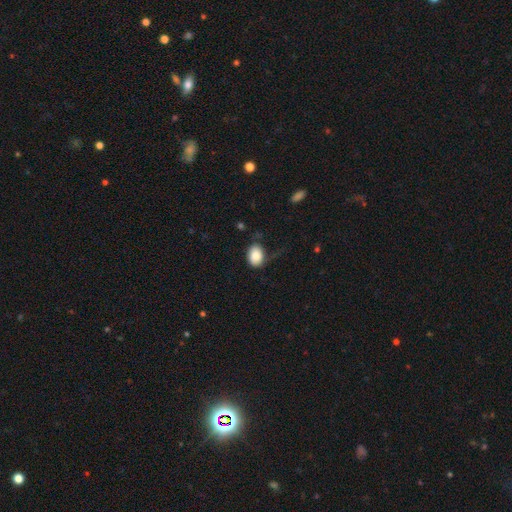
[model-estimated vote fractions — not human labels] Smooth or featured? Predicted: smooth (p=0.84). How rounded? Predicted: in between (p=0.76). Merging? Predicted: none (p=0.60).